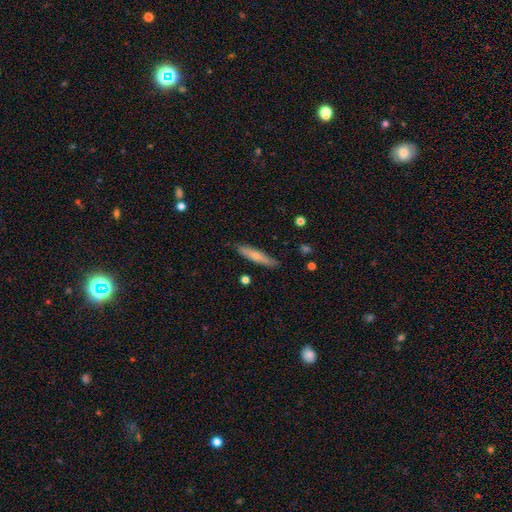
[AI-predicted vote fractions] smooth 62%, featured or disk 32%, star or artifact 6%. Down the decision tree: how rounded — cigar-shaped (88%); merging — none (86%).